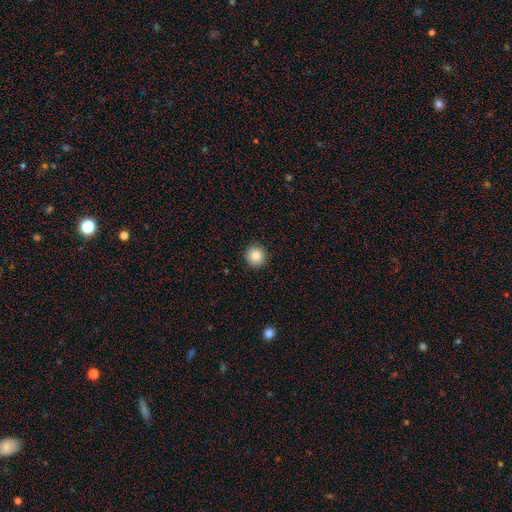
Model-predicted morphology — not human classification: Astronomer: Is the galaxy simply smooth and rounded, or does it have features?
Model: smooth — 84%.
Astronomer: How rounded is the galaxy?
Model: round — 94%.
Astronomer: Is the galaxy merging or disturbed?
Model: none — 92%.